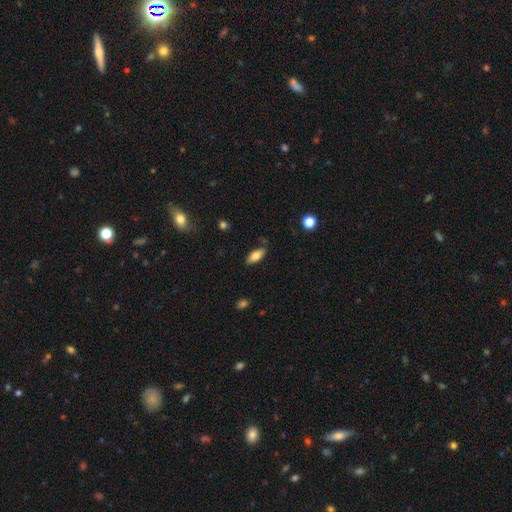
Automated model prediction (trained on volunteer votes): This appears to be a smooth galaxy with no disk features (76%) that is in between round and cigar-shaped (83%). Merging: none (81%).